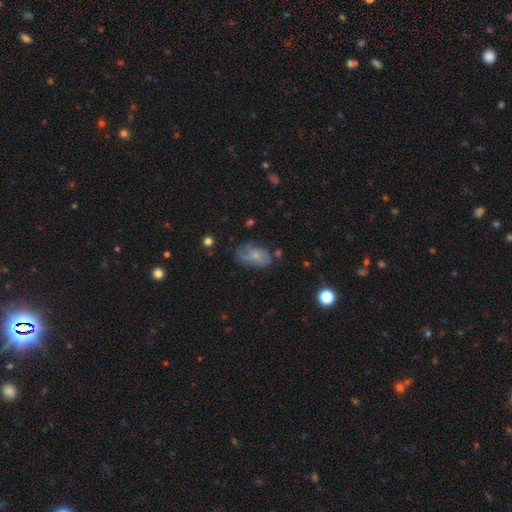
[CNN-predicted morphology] Q: Smooth or featured?
A: smooth (50%); runner-up: featured or disk (40%)
Q: Merging?
A: none (46%); runner-up: minor disturbance (30%)